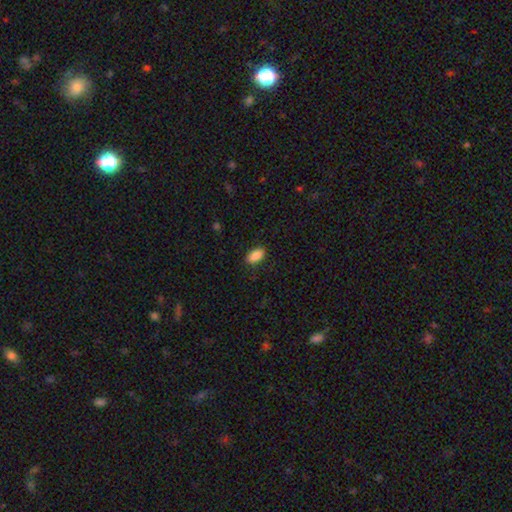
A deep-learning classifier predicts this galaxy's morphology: Smooth or featured? Predicted: smooth (p=0.89). How rounded? Predicted: in between (p=0.92). Merging? Predicted: none (p=0.87).